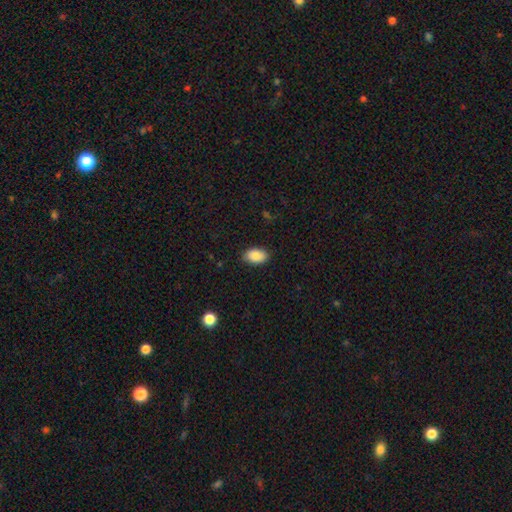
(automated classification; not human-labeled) Smooth or featured? smooth (88%)
How rounded? in between (91%)
Merging? none (87%)